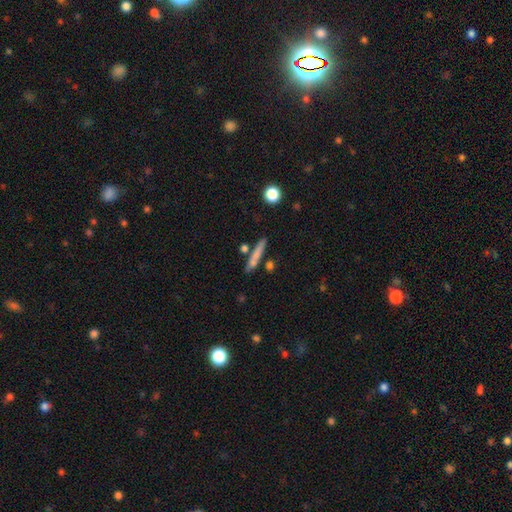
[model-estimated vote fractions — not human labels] smooth 70%, featured or disk 22%, star or artifact 8%. Down the decision tree: how rounded — cigar-shaped (89%); merging — none (75%).